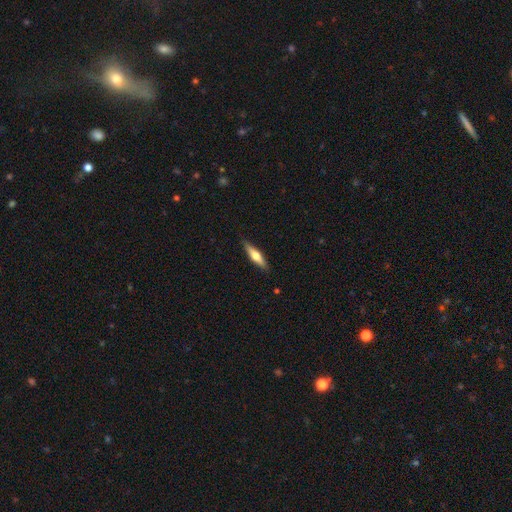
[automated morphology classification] Q: Smooth or featured?
A: featured or disk (48%); runner-up: smooth (47%)
Q: Merging?
A: none (89%); runner-up: minor disturbance (8%)